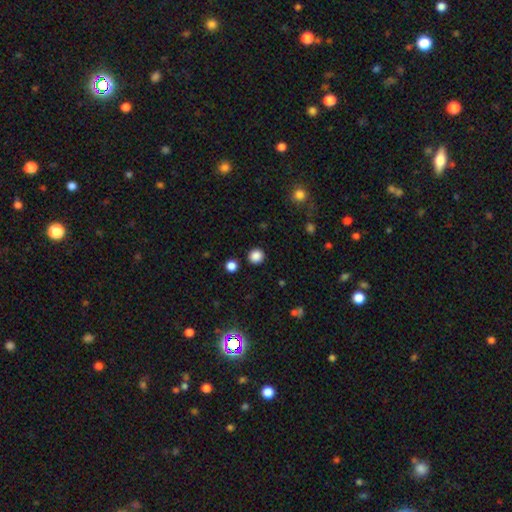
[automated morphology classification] type=smooth (86%); roundness=round (88%); merging=none (90%).